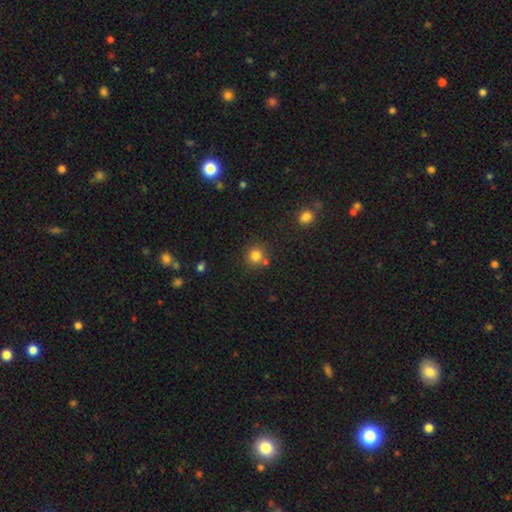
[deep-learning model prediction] smooth-or-featured: smooth: 81% | star or artifact: 13% | featured or disk: 6%
  how-rounded: round: 91% | in between: 8% | cigar-shaped: 1%
  merging: none: 74% | merger: 14% | minor disturbance: 9% | major disturbance: 3%